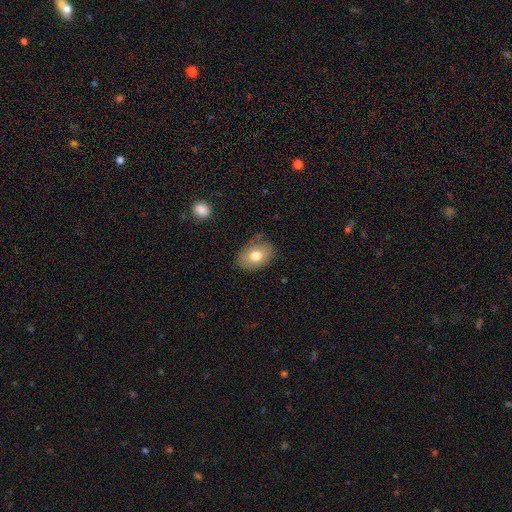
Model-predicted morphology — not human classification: smooth_or_featured: smooth (p=0.75) [alt: featured or disk p=0.17]
how_rounded: in between (p=0.78) [alt: round p=0.21]
merging: none (p=0.77) [alt: minor disturbance p=0.17]